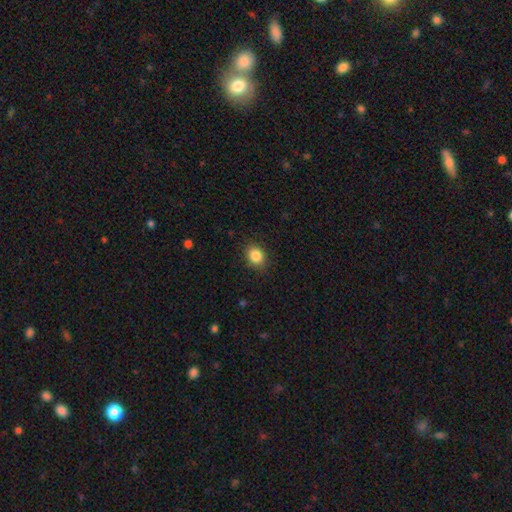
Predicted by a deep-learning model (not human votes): Q: Smooth or featured?
A: smooth (86%); runner-up: star or artifact (10%)
Q: How rounded?
A: round (51%); runner-up: in between (48%)
Q: Merging?
A: none (86%); runner-up: minor disturbance (10%)